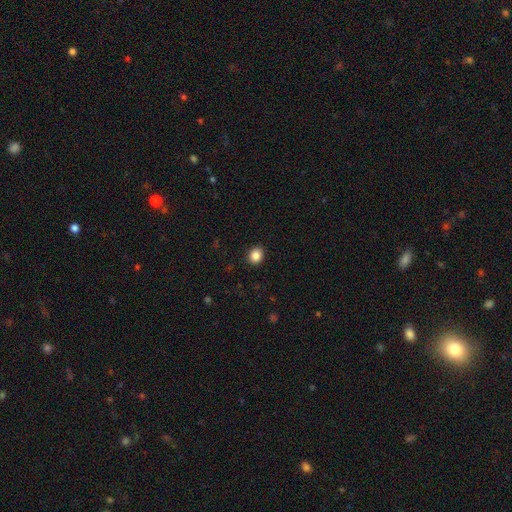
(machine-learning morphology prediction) Overall: smooth (86%). How rounded: round (66%; in between 33%). Merging: none (91%).